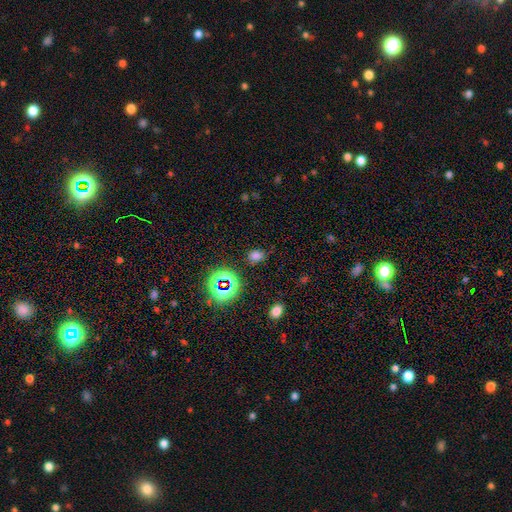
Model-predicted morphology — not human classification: This is likely a smooth galaxy (64%). How rounded: possibly round (53%). Merging: likely none (77%).